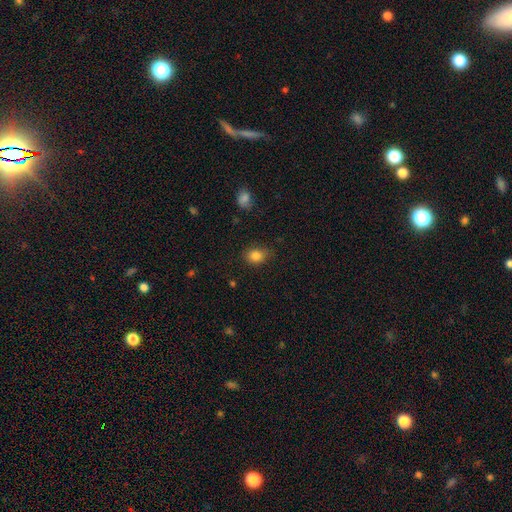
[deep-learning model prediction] Overall: smooth (83%). How rounded: in between (53%; round 46%). Merging: none (77%).